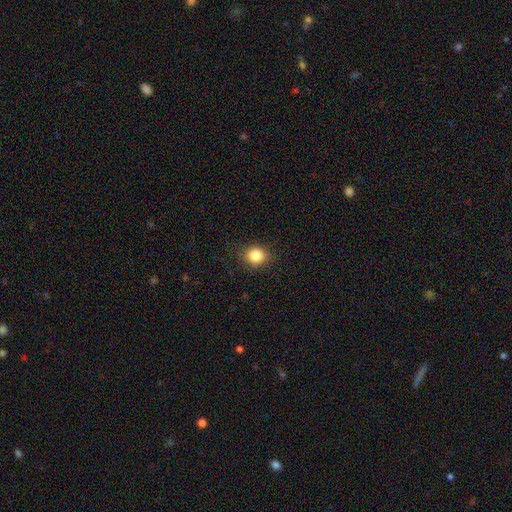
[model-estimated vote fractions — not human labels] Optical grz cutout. It shows a smooth galaxy with no disk features (85%) that is round (70%). Merging: none (87%).